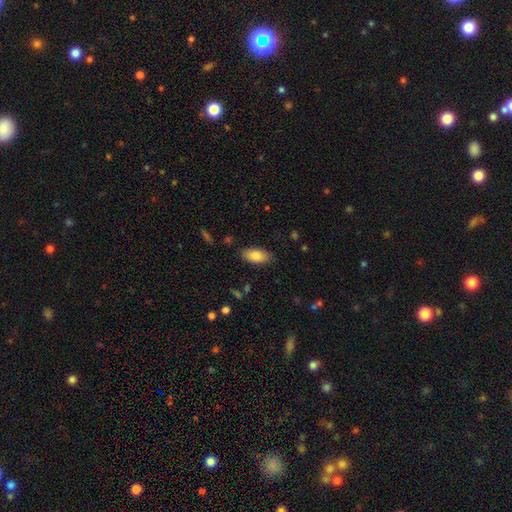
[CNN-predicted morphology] Smooth or featured? Predicted: smooth (p=0.83). How rounded? Predicted: in between (p=0.92). Merging? Predicted: none (p=0.84).